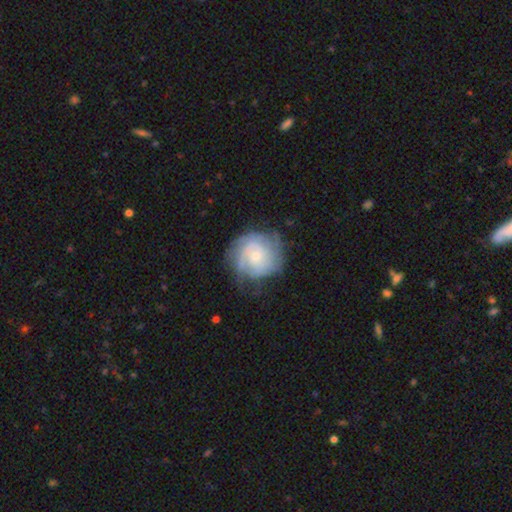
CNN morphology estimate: Smooth or featured?
  - featured or disk: 75% *
  - smooth: 18%
  - star or artifact: 6%
Edge-on disk?
  - no: 98% *
  - yes: 2%
Bar?
  - no: 70% *
  - weak: 26%
  - strong: 4%
Spiral arms?
  - yes: 92% *
  - no: 8%
Spiral winding?
  - tight: 68% *
  - medium: 26%
  - loose: 7%
Spiral arm count?
  - can't tell: 39% *
  - 2: 23%
  - 3: 18%
  - 4: 10%
  - 1: 5%
  - more than 4: 5%
Bulge size?
  - small: 64% *
  - moderate: 29%
  - none: 3%
  - large: 2%
  - dominant: 1%
Merging?
  - none: 70% *
  - minor disturbance: 20%
  - major disturbance: 9%
  - merger: 1%